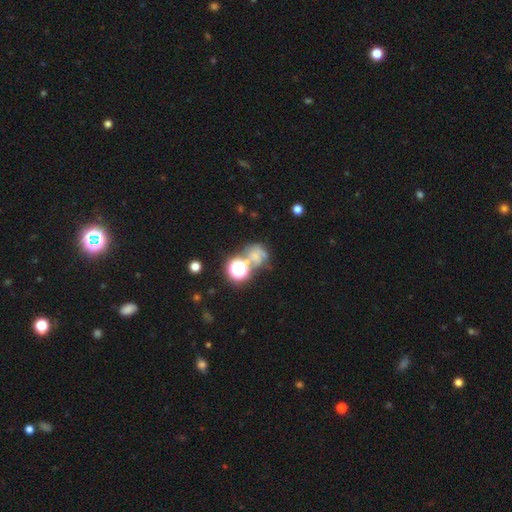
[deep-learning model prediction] Smooth or featured: smooth — 41% (star or artifact — 30%)
Merging: none — 34% (merger — 29%)